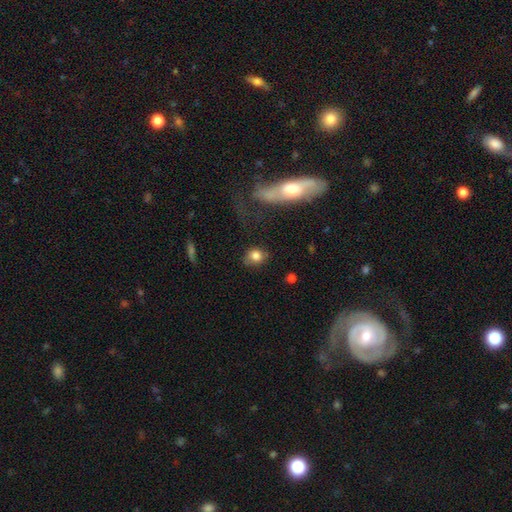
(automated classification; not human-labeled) Morphology: type=smooth (80%); roundness=round (62%); merging=none (68%).